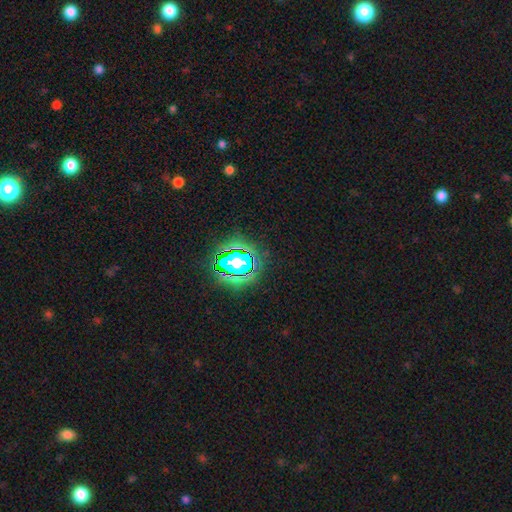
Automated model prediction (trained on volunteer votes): Smooth or featured? Predicted: star or artifact (p=0.81).